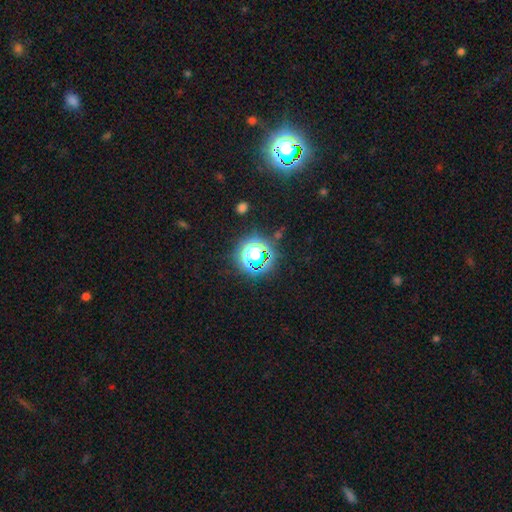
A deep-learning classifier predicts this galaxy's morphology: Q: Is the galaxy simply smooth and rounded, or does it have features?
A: star or artifact — 58%.